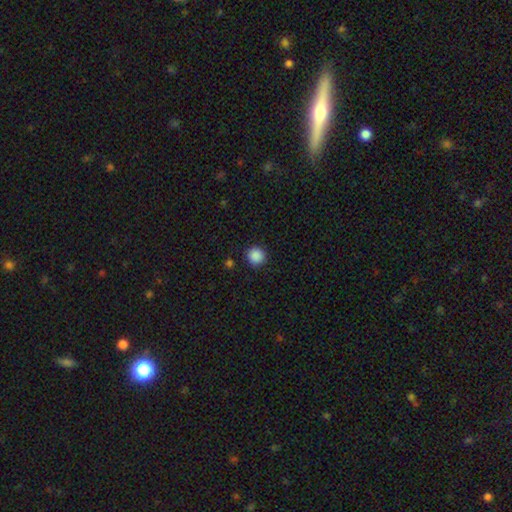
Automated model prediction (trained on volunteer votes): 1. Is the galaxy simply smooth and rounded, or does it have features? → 88% smooth, 10% star or artifact, 2% featured or disk.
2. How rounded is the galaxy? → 94% round, 5% in between, 1% cigar-shaped.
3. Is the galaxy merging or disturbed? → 90% none, 6% minor disturbance, 2% major disturbance, 1% merger.